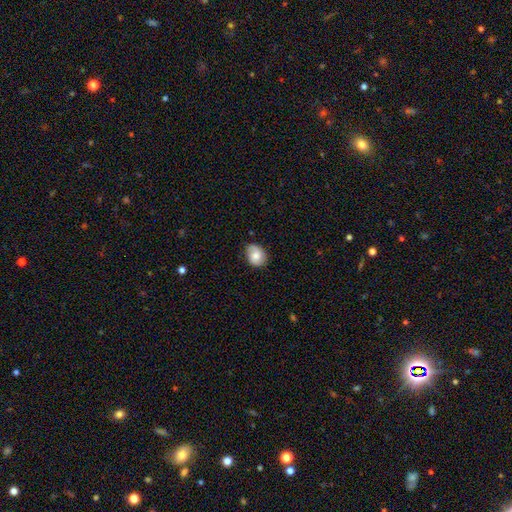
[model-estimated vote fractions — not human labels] smooth_or_featured: smooth (p=0.68) [alt: featured or disk p=0.24]
how_rounded: in between (p=0.52) [alt: round p=0.47]
merging: none (p=0.73) [alt: minor disturbance p=0.22]